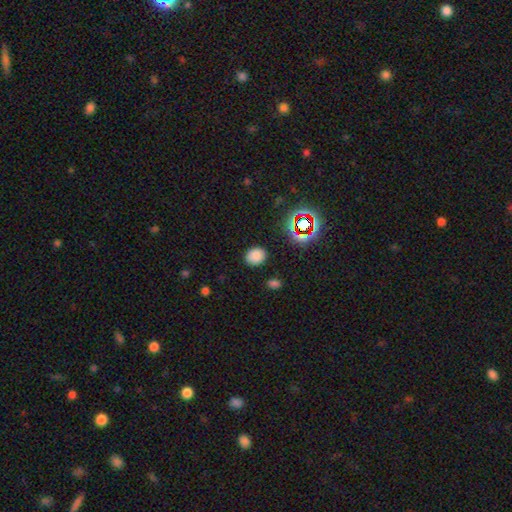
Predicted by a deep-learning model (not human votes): Smooth or featured? Predicted: smooth (p=0.78). How rounded? Predicted: round (p=0.54). Merging? Predicted: none (p=0.86).